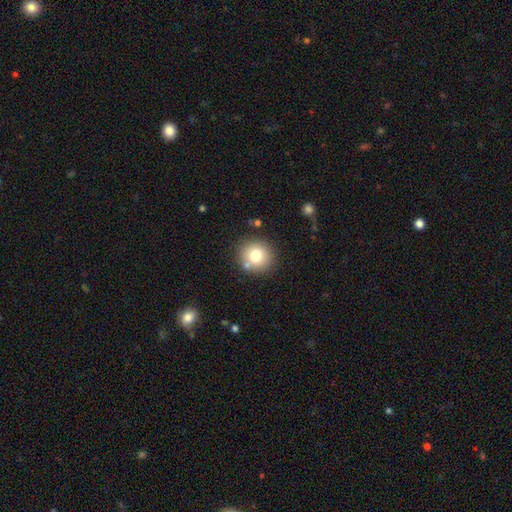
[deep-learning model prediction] A smooth galaxy with no disk features (77%) that is round (90%). Merging: none (82%).